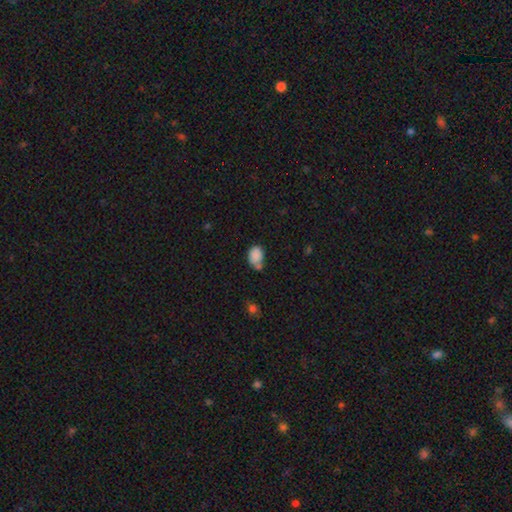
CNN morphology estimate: A smooth galaxy with no disk features (85%) that is in between round and cigar-shaped (67%).

Vote fractions:
- Smooth or featured? smooth: 85% / star or artifact: 9% / featured or disk: 6%
- How rounded? in between: 67% / round: 32% / cigar-shaped: 1%
- Merging? none: 45% / merger: 24% / minor disturbance: 24% / major disturbance: 8%